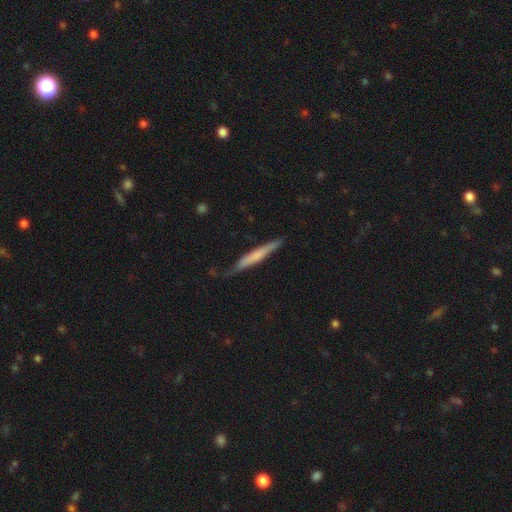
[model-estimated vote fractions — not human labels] Smooth or featured?
  - smooth: 52% *
  - featured or disk: 43%
  - star or artifact: 5%
How rounded?
  - cigar-shaped: 95% *
  - in between: 3%
  - round: 1%
Merging?
  - none: 75% *
  - minor disturbance: 20%
  - major disturbance: 4%
  - merger: 2%